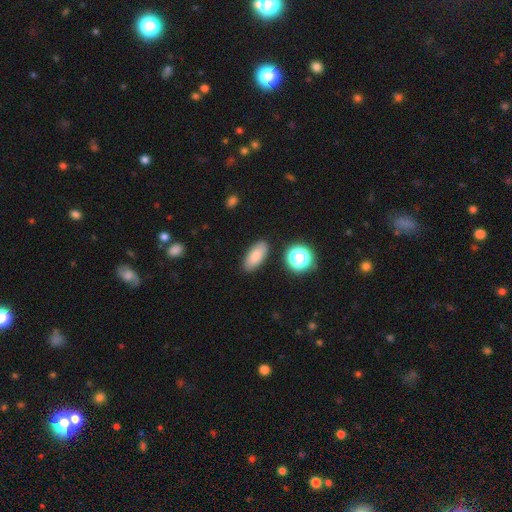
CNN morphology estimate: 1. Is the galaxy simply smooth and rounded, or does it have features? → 82% smooth, 10% star or artifact, 8% featured or disk.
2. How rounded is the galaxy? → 86% in between, 9% cigar-shaped, 5% round.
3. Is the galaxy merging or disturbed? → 84% none, 10% minor disturbance, 3% major disturbance, 3% merger.